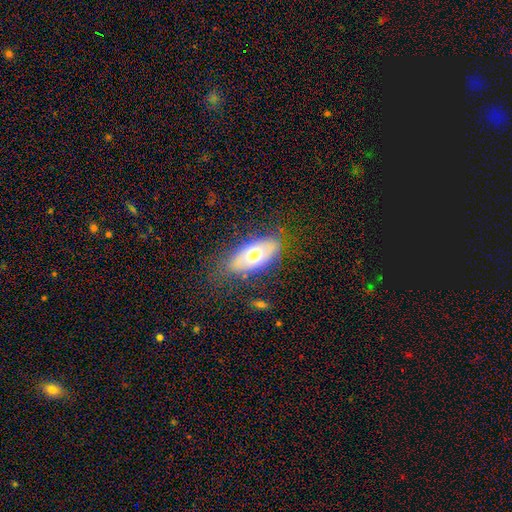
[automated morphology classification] The model was most divided on "smooth or featured": smooth: 60%, featured or disk: 32%, star or artifact: 7%. More confident: how rounded — in between (87%); merging — none (75%).